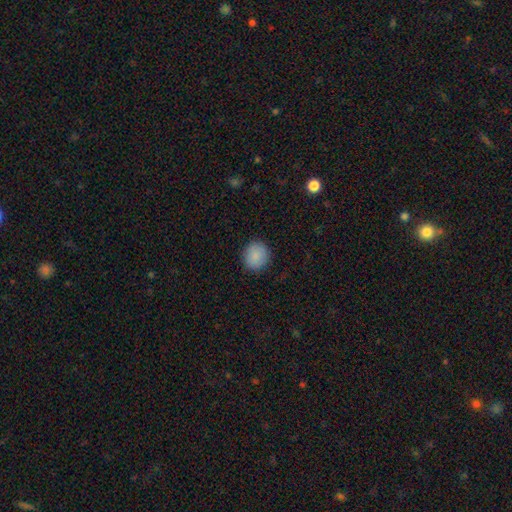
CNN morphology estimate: This is clearly a smooth galaxy (88%). How rounded: clearly round (88%). Merging: clearly none (90%).